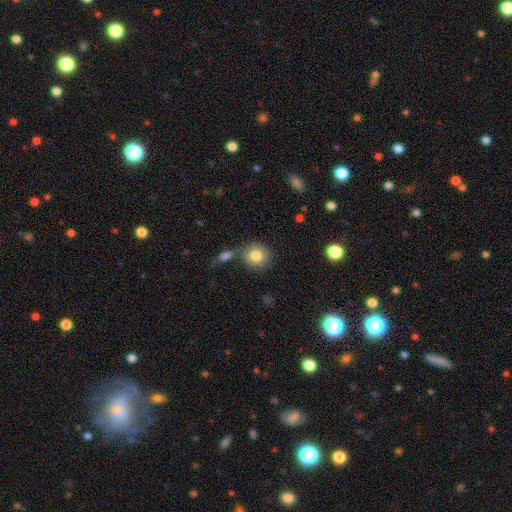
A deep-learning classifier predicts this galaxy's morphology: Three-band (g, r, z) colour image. It shows a smooth galaxy with no disk features (81%) that is round (87%). Merging: none (70%).